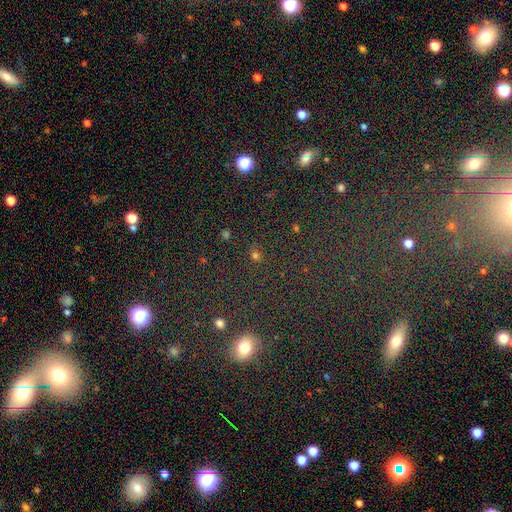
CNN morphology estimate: type=smooth (53%); roundness=round (72%); merging=none (81%).